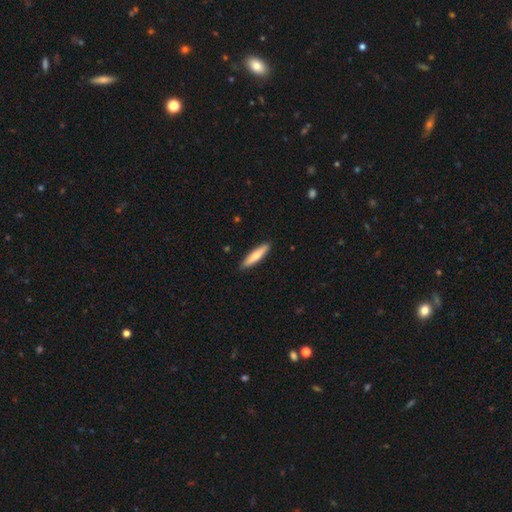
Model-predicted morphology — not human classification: This is likely a smooth galaxy (71%). How rounded: clearly cigar-shaped (80%). Merging: clearly none (90%).